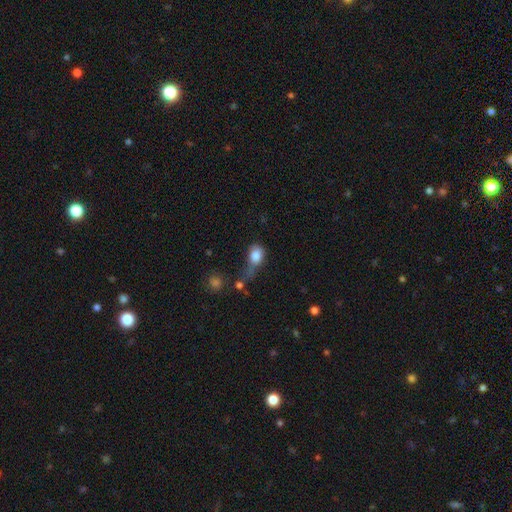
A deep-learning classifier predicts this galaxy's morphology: The model was most divided on "merging": major disturbance: 31%, none: 25%, minor disturbance: 25%, merger: 20%. More confident: smooth or featured — smooth (80%); how rounded — in between (61%).